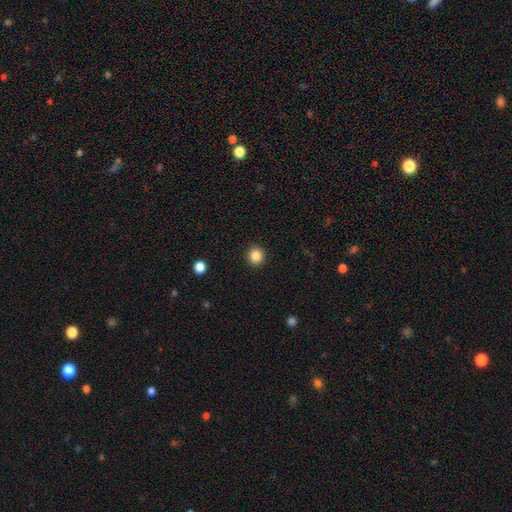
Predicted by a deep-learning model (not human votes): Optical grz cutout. It shows a smooth galaxy with no disk features (85%) that is round (89%). Merging: none (92%).